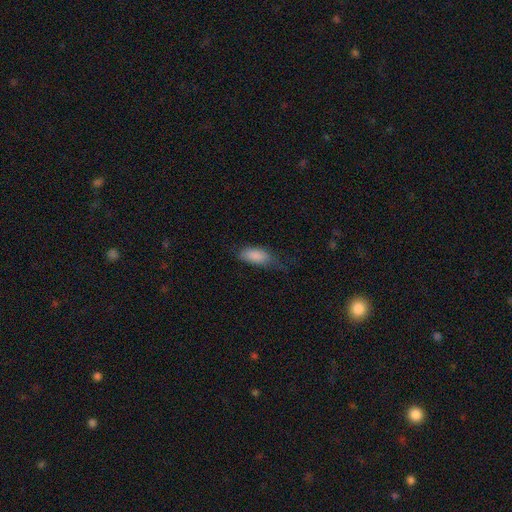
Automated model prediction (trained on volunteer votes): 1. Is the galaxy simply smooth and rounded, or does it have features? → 85% smooth, 8% featured or disk, 7% star or artifact.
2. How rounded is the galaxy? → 87% in between, 11% cigar-shaped, 2% round.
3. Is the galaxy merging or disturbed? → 42% none, 36% minor disturbance, 20% major disturbance, 2% merger.